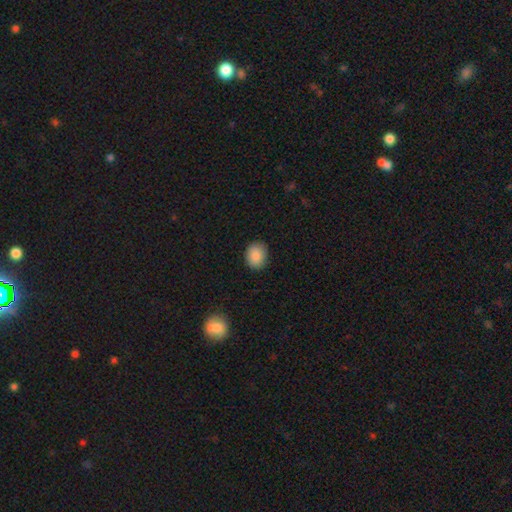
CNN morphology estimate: A smooth galaxy with no disk features (88%) that is round (54%).

Vote fractions:
- Smooth or featured? smooth: 88% / star or artifact: 8% / featured or disk: 4%
- How rounded? round: 54% / in between: 45% / cigar-shaped: 1%
- Merging? none: 86% / minor disturbance: 10% / major disturbance: 2% / merger: 1%